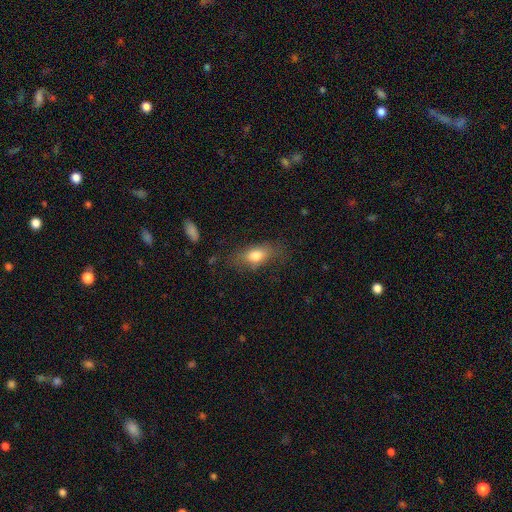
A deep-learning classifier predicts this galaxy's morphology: type=smooth (75%); roundness=in between (82%); merging=none (61%).